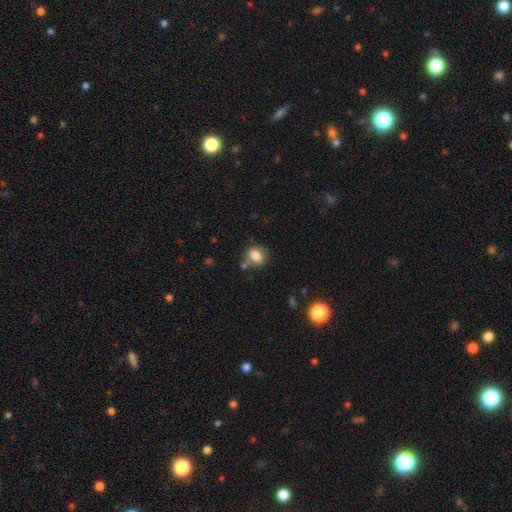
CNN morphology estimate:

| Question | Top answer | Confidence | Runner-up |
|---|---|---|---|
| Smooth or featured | smooth | 76% | featured or disk (15%) |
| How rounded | in between | 50% | round (49%) |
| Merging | none | 61% | minor disturbance (20%) |